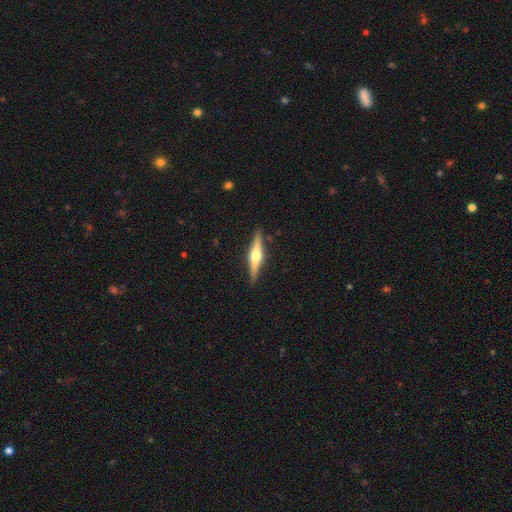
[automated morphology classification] Q: Smooth or featured?
A: featured or disk (73%); runner-up: smooth (22%)
Q: Edge-on disk?
A: yes (98%); runner-up: no (2%)
Q: Edge-on bulge?
A: rounded (94%); runner-up: boxy (4%)
Q: Merging?
A: none (90%); runner-up: minor disturbance (8%)